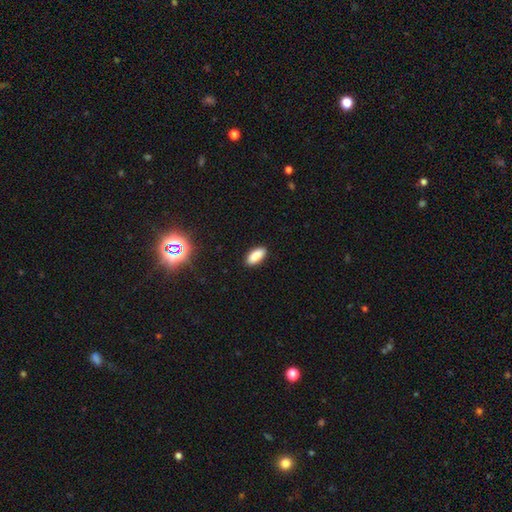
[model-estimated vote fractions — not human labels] smooth_or_featured: smooth (p=0.88) [alt: star or artifact p=0.08]
how_rounded: in between (p=0.88) [alt: cigar-shaped p=0.10]
merging: none (p=0.90) [alt: minor disturbance p=0.08]